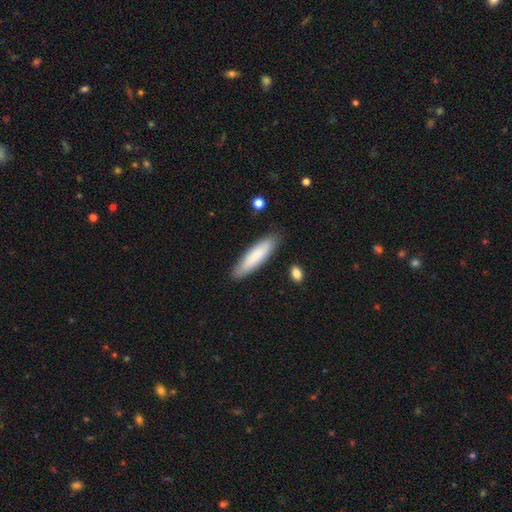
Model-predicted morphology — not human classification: Q: Smooth or featured?
A: smooth (81%); runner-up: featured or disk (14%)
Q: How rounded?
A: cigar-shaped (73%); runner-up: in between (26%)
Q: Merging?
A: none (87%); runner-up: minor disturbance (10%)